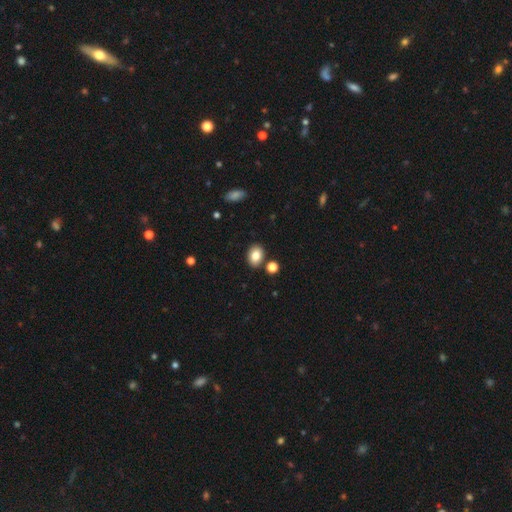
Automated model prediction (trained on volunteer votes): smooth_or_featured: smooth (p=0.83) [alt: star or artifact p=0.09]
how_rounded: in between (p=0.71) [alt: round p=0.28]
merging: none (p=0.84) [alt: minor disturbance p=0.09]